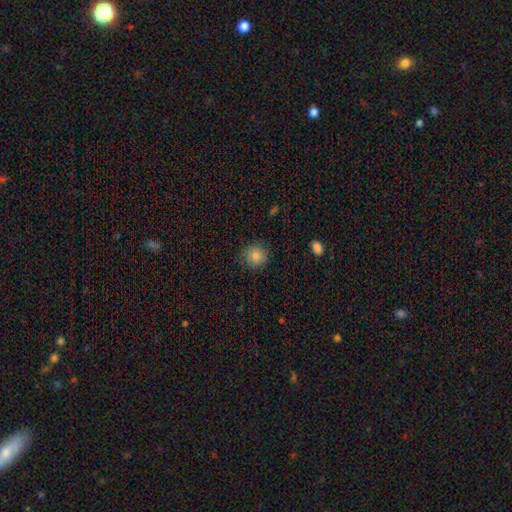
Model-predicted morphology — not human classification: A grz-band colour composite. It shows a smooth galaxy with no disk features (85%) that is round (89%). Merging: none (86%).